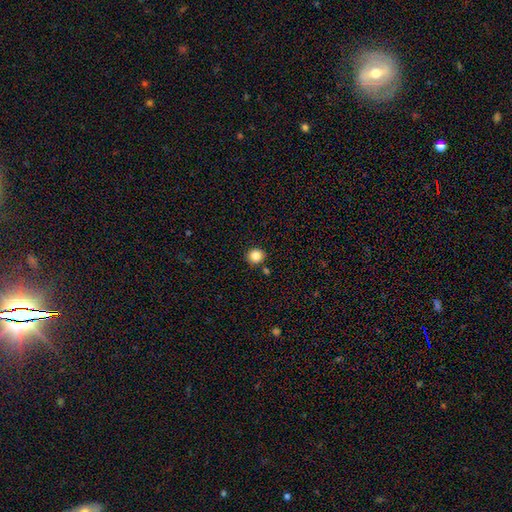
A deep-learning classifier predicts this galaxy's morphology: Smooth or featured: smooth — 85% (star or artifact — 11%)
How rounded: round — 90% (in between — 10%)
Merging: none — 86% (minor disturbance — 7%)